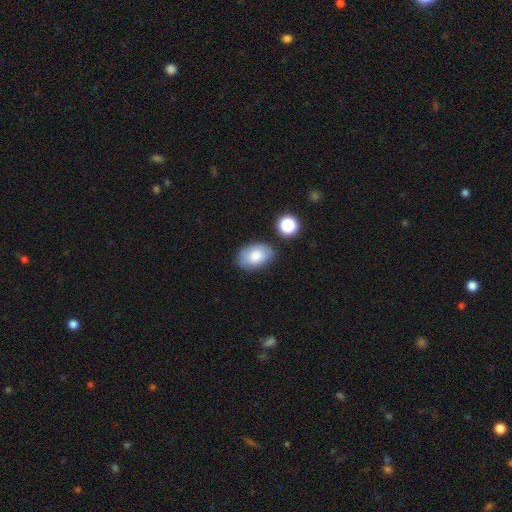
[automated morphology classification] Smooth or featured: smooth — 81% (featured or disk — 11%)
How rounded: in between — 87% (round — 12%)
Merging: none — 74% (minor disturbance — 17%)